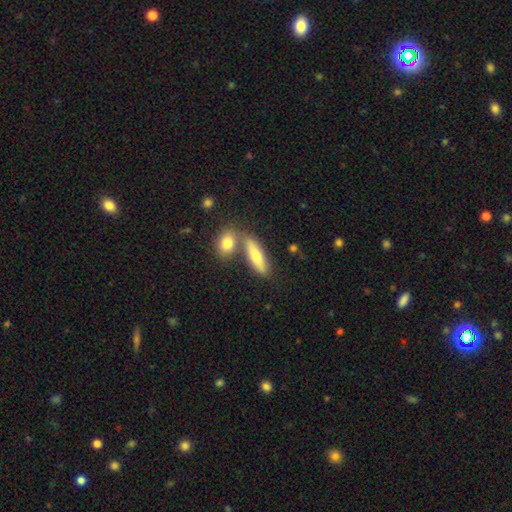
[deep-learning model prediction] The model was most divided on "how rounded": in between: 48%, cigar-shaped: 47%, round: 4%. More confident: smooth or featured — smooth (72%); merging — none (57%).